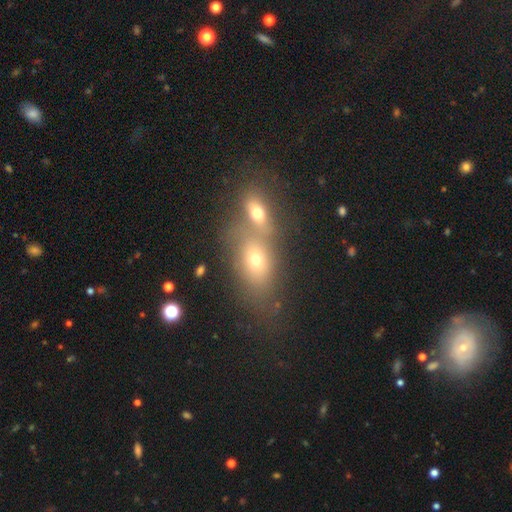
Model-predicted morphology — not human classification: This is possibly a smooth galaxy (55%). How rounded: likely in between (64%). Merging: possibly merger (56%).